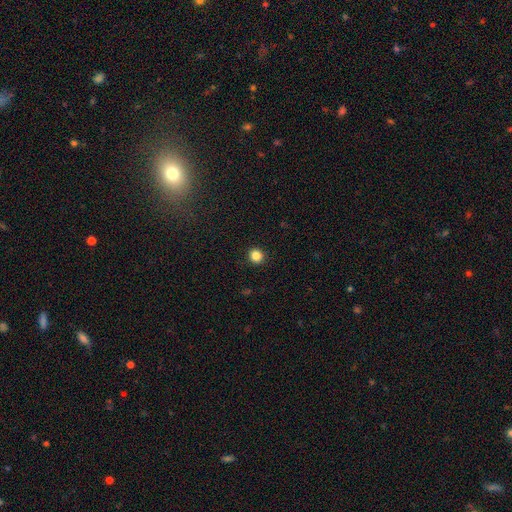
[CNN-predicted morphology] Q: Smooth or featured?
A: smooth (85%); runner-up: star or artifact (11%)
Q: How rounded?
A: round (91%); runner-up: in between (8%)
Q: Merging?
A: none (93%); runner-up: minor disturbance (5%)